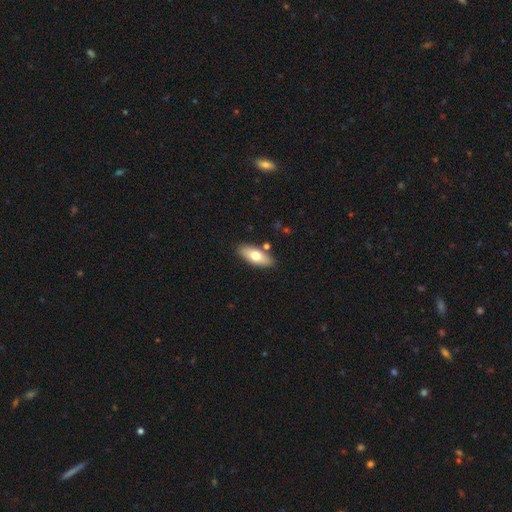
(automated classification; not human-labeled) A smooth galaxy with no disk features (69%) that is in between round and cigar-shaped (76%).

Vote fractions:
- Smooth or featured? smooth: 69% / featured or disk: 25% / star or artifact: 6%
- How rounded? in between: 76% / cigar-shaped: 21% / round: 3%
- Merging? none: 84% / minor disturbance: 10% / merger: 5% / major disturbance: 2%